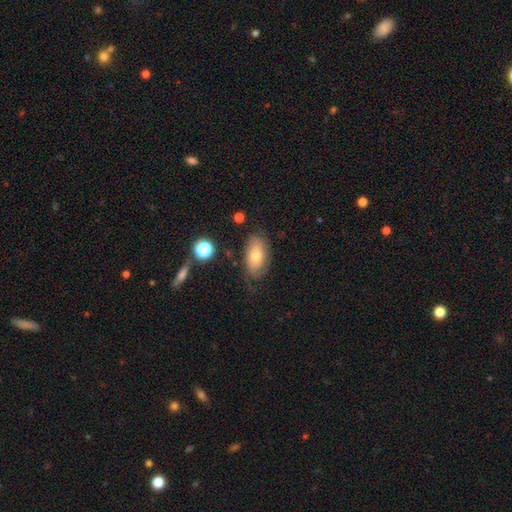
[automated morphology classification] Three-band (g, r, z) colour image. It shows a smooth galaxy with no disk features (61%) that is in between round and cigar-shaped (91%). Merging: none (67%).